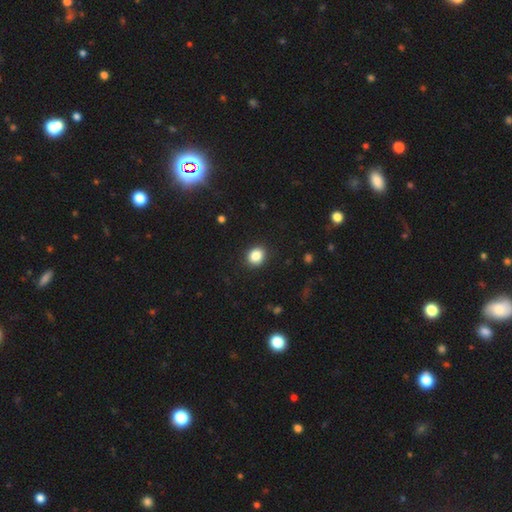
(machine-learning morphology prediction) Q: Smooth or featured?
A: smooth (86%); runner-up: star or artifact (10%)
Q: How rounded?
A: round (60%); runner-up: in between (39%)
Q: Merging?
A: none (89%); runner-up: minor disturbance (7%)